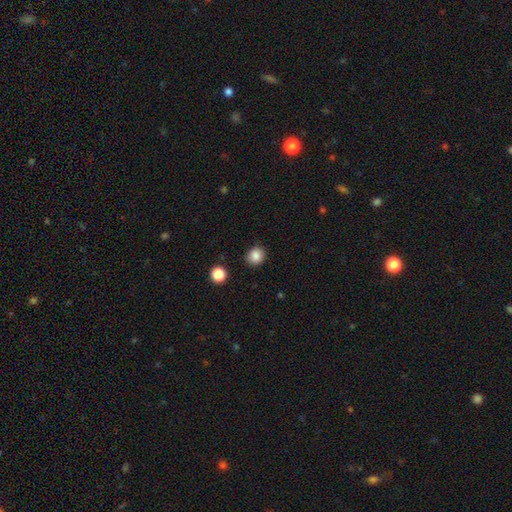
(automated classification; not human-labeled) smooth 86%, star or artifact 10%, featured or disk 4%. Down the decision tree: how rounded — round (80%); merging — none (89%).